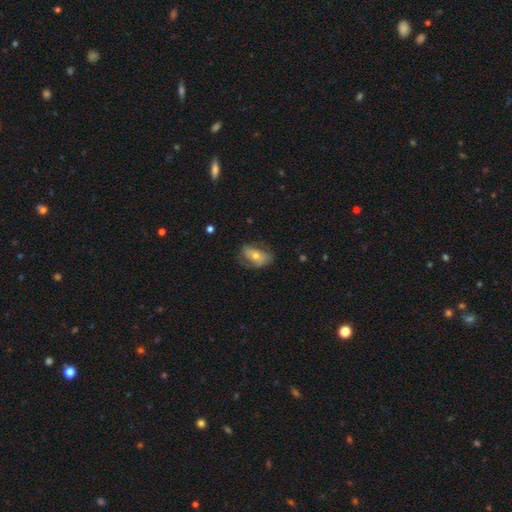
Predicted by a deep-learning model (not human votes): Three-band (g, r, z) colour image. It shows a smooth galaxy with no disk features (58%) that is in between round and cigar-shaped (87%). Merging: none (56%).